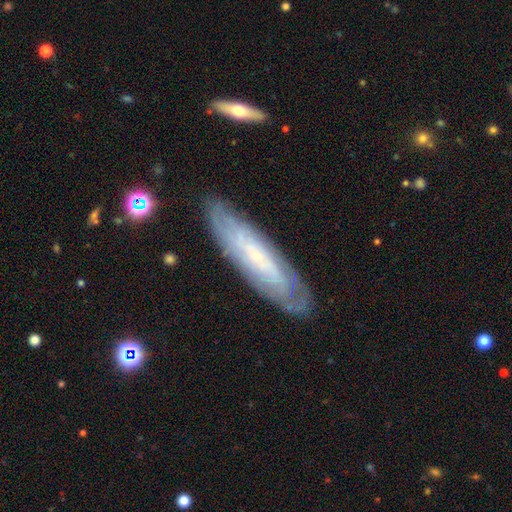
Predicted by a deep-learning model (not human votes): Smooth or featured? Predicted: featured or disk (p=0.63). Edge-on disk? Predicted: no (p=0.66). Merging? Predicted: none (p=0.81).